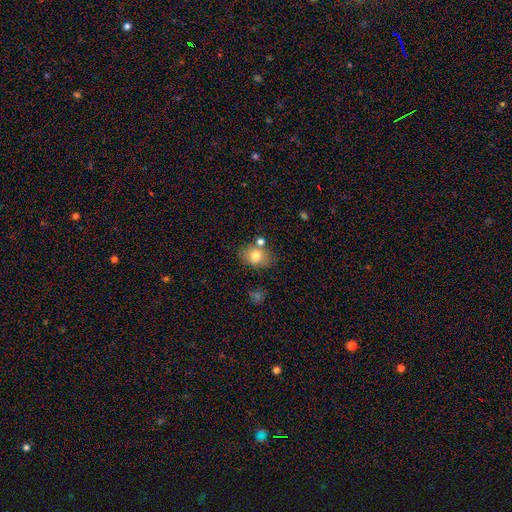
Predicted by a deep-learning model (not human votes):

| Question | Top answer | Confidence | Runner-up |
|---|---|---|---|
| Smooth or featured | smooth | 77% | featured or disk (14%) |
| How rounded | in between | 67% | round (32%) |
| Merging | none | 70% | minor disturbance (15%) |